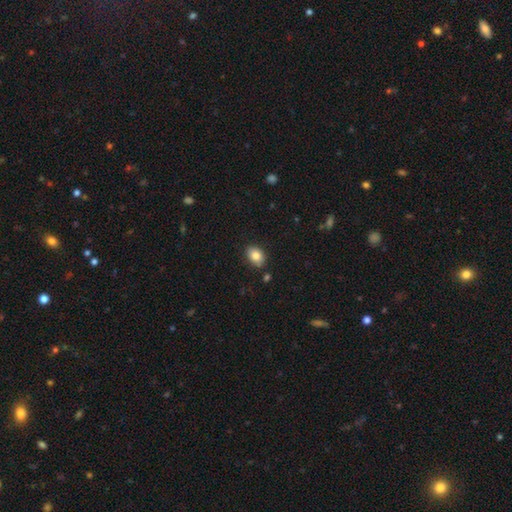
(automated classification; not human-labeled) This appears to be a smooth galaxy with no disk features (84%) that is in between round and cigar-shaped (78%). Merging: none (85%).